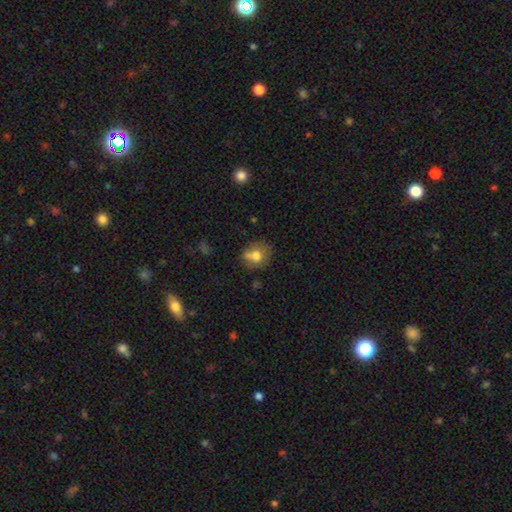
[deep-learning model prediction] smooth-or-featured: smooth: 71% | featured or disk: 19% | star or artifact: 10%
  how-rounded: round: 65% | in between: 34% | cigar-shaped: 1%
  merging: none: 56% | minor disturbance: 25% | merger: 11% | major disturbance: 9%